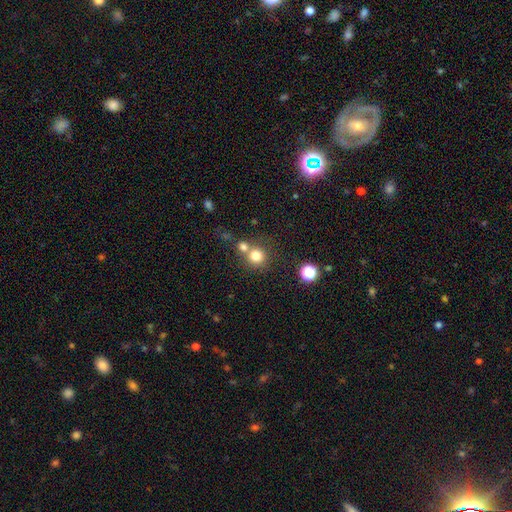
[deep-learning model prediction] The model was most divided on "merging": none: 56%, merger: 33%, minor disturbance: 7%, major disturbance: 3%. More confident: how rounded — round (90%); smooth or featured — smooth (77%).